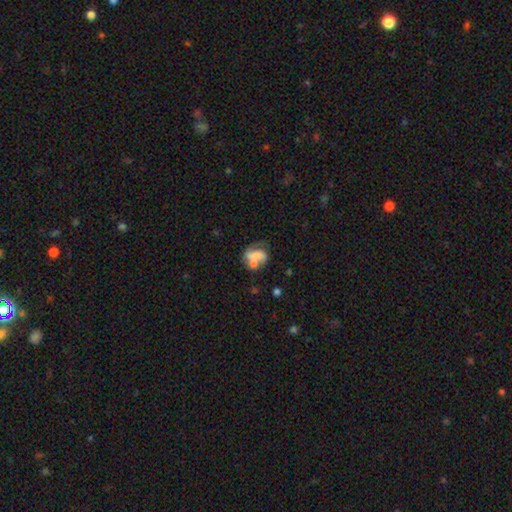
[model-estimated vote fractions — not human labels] featured or disk 51%, smooth 38%, star or artifact 10%. Down the decision tree: edge-on disk — no (96%); merging — none (32%).